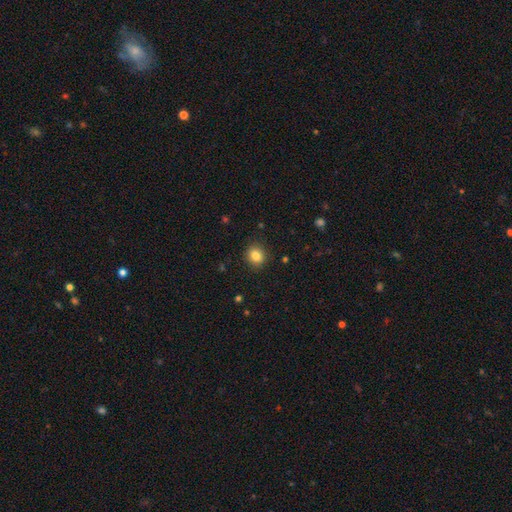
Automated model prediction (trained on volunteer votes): Smooth or featured? Predicted: smooth (p=0.84). How rounded? Predicted: round (p=0.70). Merging? Predicted: none (p=0.89).